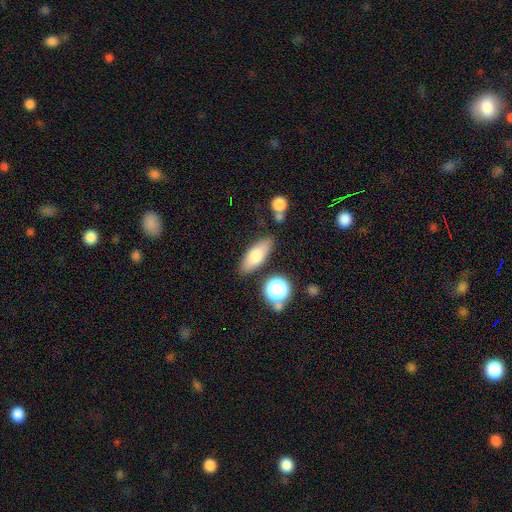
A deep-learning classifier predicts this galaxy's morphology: smooth_or_featured: smooth (p=0.70) [alt: featured or disk p=0.23]
how_rounded: in between (p=0.68) [alt: cigar-shaped p=0.27]
merging: none (p=0.80) [alt: minor disturbance p=0.12]